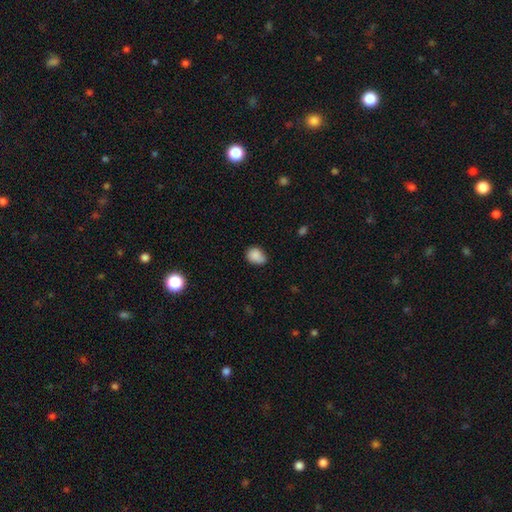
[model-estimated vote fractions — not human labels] smooth_or_featured: smooth (p=0.86) [alt: star or artifact p=0.09]
how_rounded: in between (p=0.56) [alt: round p=0.43]
merging: none (p=0.55) [alt: minor disturbance p=0.35]